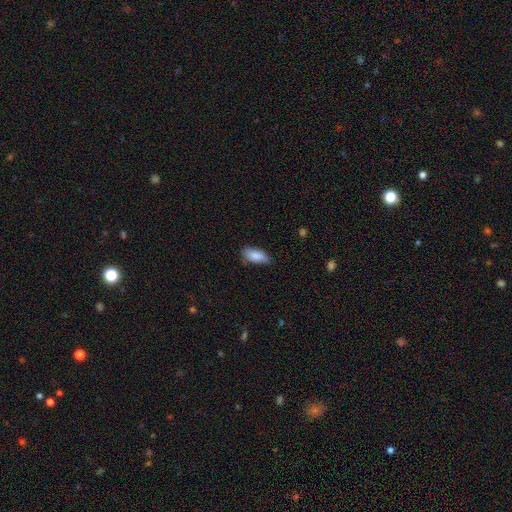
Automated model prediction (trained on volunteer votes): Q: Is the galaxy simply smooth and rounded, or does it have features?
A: smooth — 86%.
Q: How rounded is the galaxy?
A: in between — 88%.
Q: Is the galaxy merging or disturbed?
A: none — 72%.